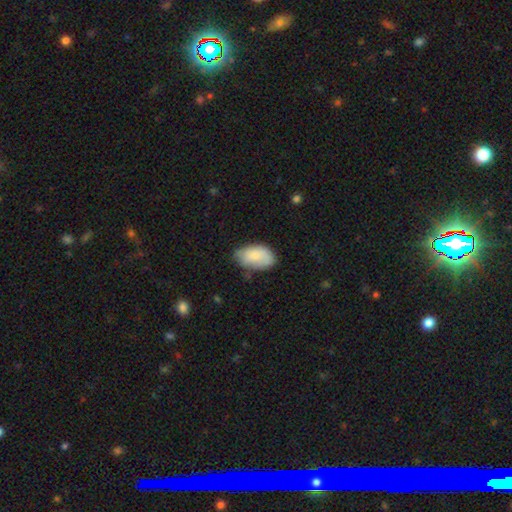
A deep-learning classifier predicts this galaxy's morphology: smooth_or_featured: smooth (p=0.82) [alt: featured or disk p=0.11]
how_rounded: in between (p=0.94) [alt: round p=0.05]
merging: none (p=0.56) [alt: minor disturbance p=0.33]